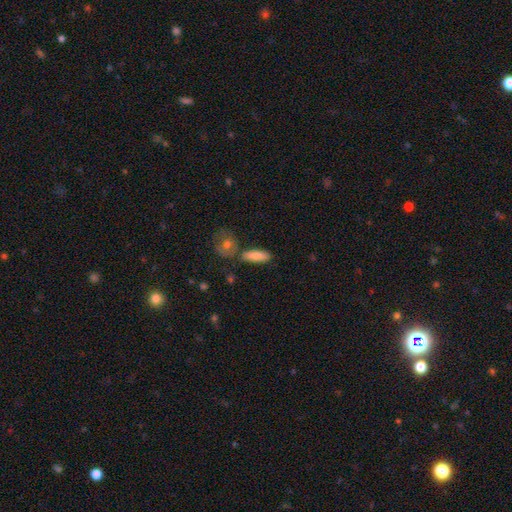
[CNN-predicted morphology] smooth 84%, featured or disk 9%, star or artifact 6%. Down the decision tree: how rounded — in between (56%); merging — none (73%).